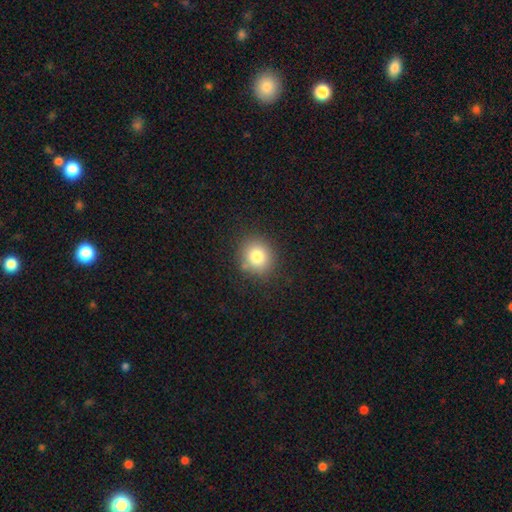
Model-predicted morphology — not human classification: This is likely a smooth galaxy (80%). How rounded: clearly round (80%). Merging: clearly none (85%).